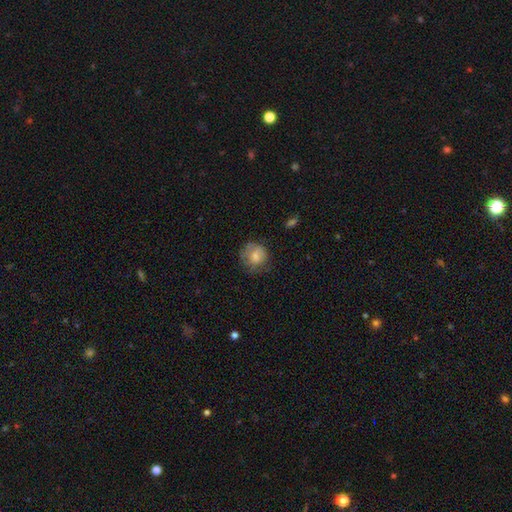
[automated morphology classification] smooth 71%, featured or disk 21%, star or artifact 9%. Down the decision tree: how rounded — round (81%); merging — none (59%).